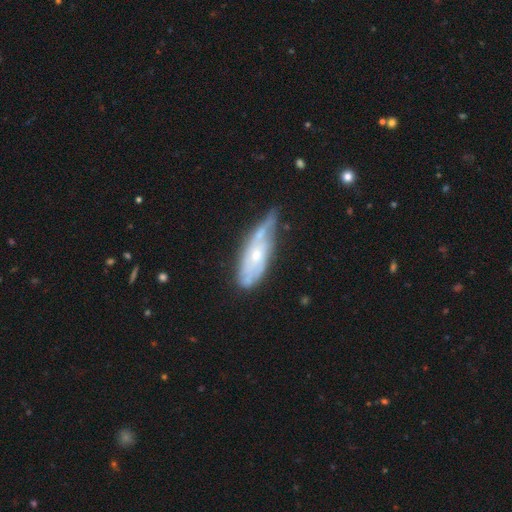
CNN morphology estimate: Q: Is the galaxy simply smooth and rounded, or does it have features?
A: featured or disk — 64%.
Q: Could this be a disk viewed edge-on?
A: no — 77%.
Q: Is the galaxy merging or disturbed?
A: none — 44%.